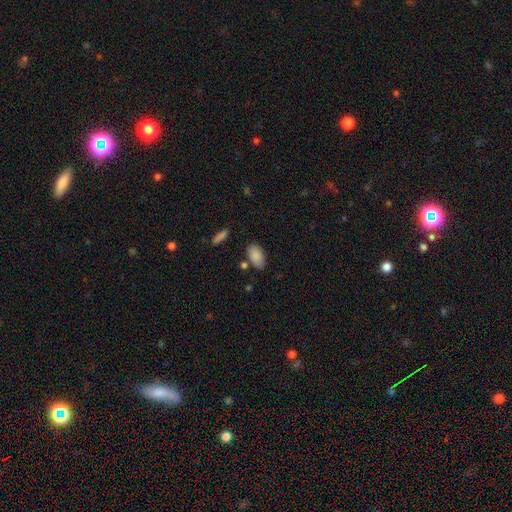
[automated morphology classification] type=smooth (87%); roundness=in between (93%); merging=none (72%).